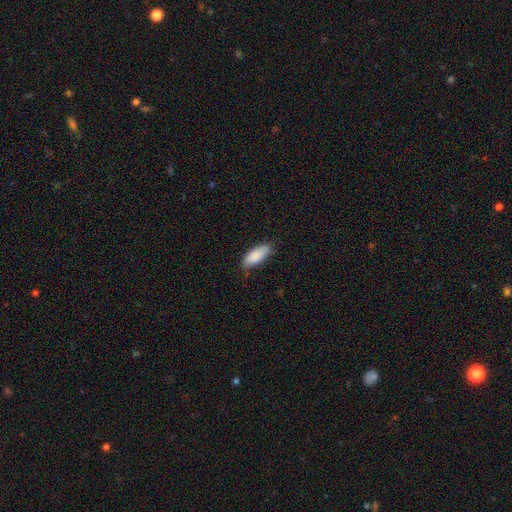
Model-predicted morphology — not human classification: Smooth or featured?
  - smooth: 88% *
  - star or artifact: 6%
  - featured or disk: 6%
How rounded?
  - in between: 79% *
  - cigar-shaped: 19%
  - round: 2%
Merging?
  - none: 77% *
  - minor disturbance: 19%
  - major disturbance: 3%
  - merger: 1%